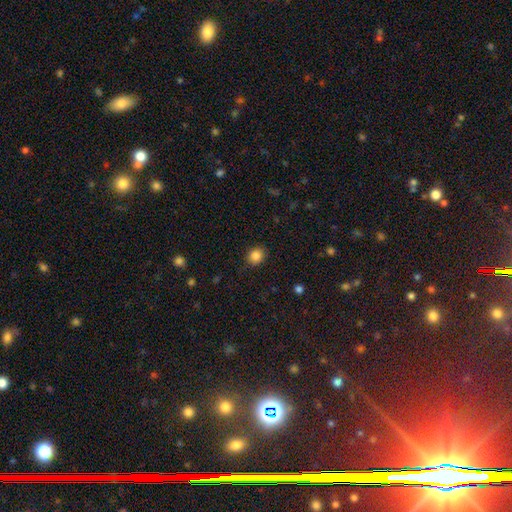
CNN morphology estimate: smooth-or-featured: smooth: 85% | star or artifact: 10% | featured or disk: 5%
  how-rounded: round: 69% | in between: 30% | cigar-shaped: 1%
  merging: none: 88% | minor disturbance: 9% | major disturbance: 2% | merger: 1%